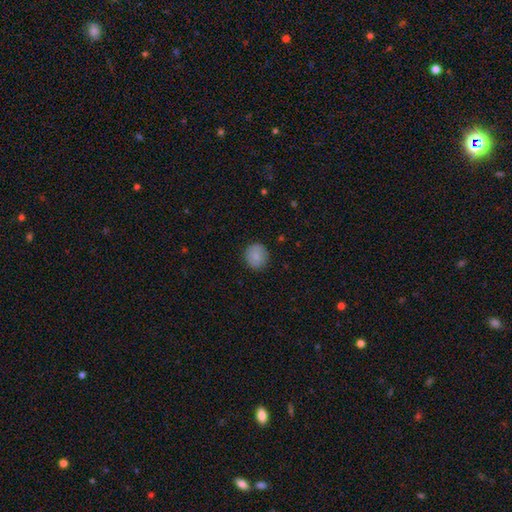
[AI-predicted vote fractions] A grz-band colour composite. It shows a smooth galaxy with no disk features (82%) that is round (85%). Merging: none (88%).